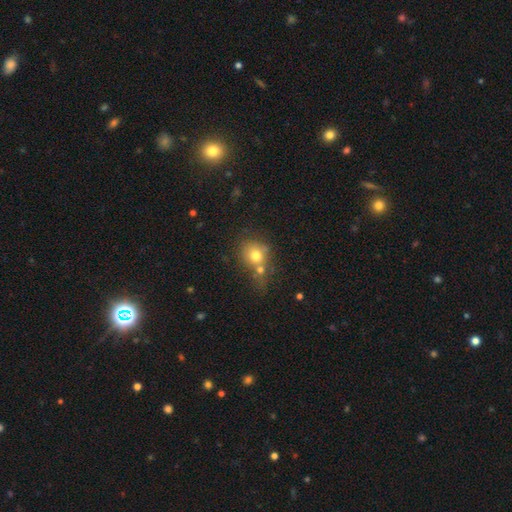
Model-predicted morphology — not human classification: A smooth galaxy with no disk features (73%) that is round (75%).

Vote fractions:
- Smooth or featured? smooth: 73% / featured or disk: 16% / star or artifact: 12%
- How rounded? round: 75% / in between: 24% / cigar-shaped: 1%
- Merging? merger: 41% / none: 36% / minor disturbance: 14% / major disturbance: 9%